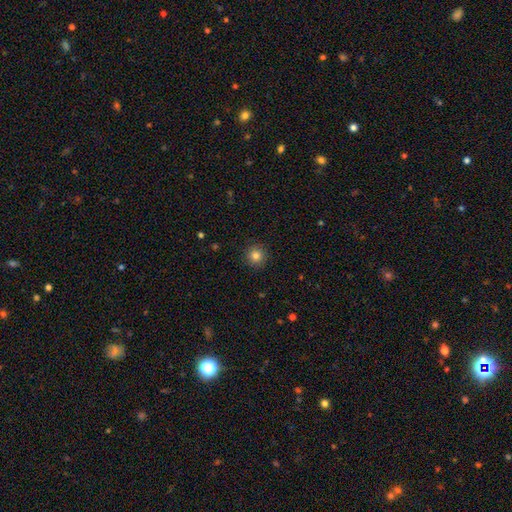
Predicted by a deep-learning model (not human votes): Smooth or featured? Predicted: smooth (p=0.82). How rounded? Predicted: round (p=0.95). Merging? Predicted: none (p=0.91).